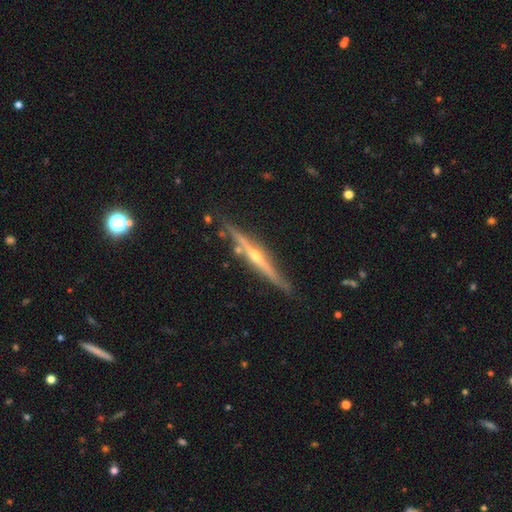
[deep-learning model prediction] smooth_or_featured: featured or disk (p=0.82) [alt: smooth p=0.12]
disk_edge_on: yes (p=0.98) [alt: no p=0.02]
edge_on_bulge: rounded (p=0.85) [alt: none p=0.11]
merging: none (p=0.84) [alt: minor disturbance p=0.11]